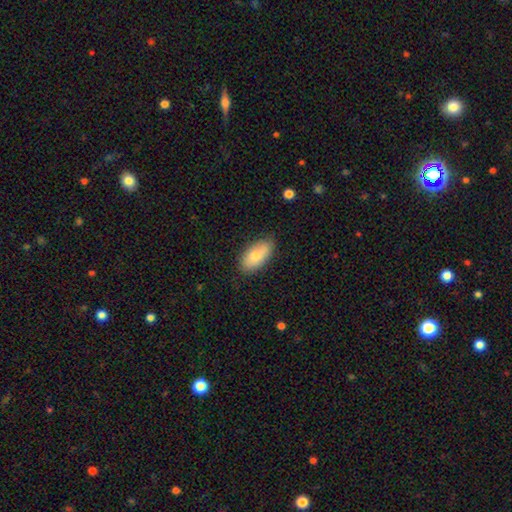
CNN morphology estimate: Q: Smooth or featured?
A: smooth (75%); runner-up: featured or disk (19%)
Q: How rounded?
A: in between (91%); runner-up: cigar-shaped (6%)
Q: Merging?
A: none (80%); runner-up: minor disturbance (16%)